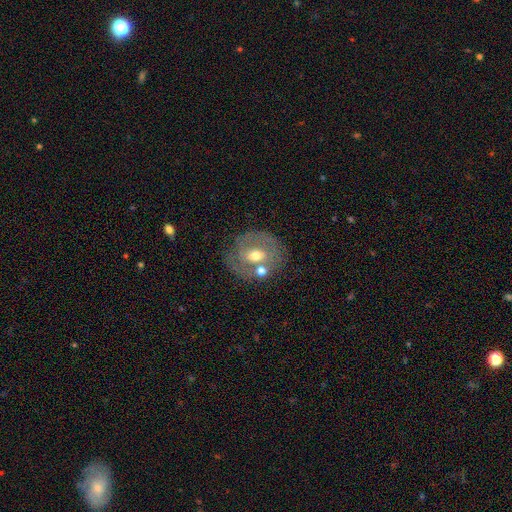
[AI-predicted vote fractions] Smooth or featured? Predicted: featured or disk (p=0.52). Edge-on disk? Predicted: no (p=0.94). Merging? Predicted: none (p=0.59).